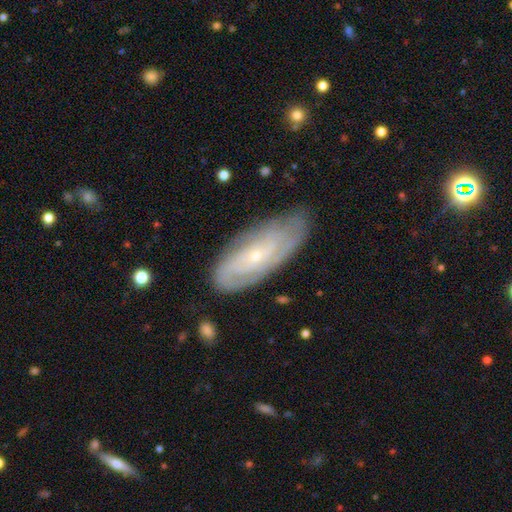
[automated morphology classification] This appears to be a featured or disk galaxy (76%) with no bar (69%), tight (65%) spiral arms (90%) and a small central bulge (82%). Merging: none (73%).